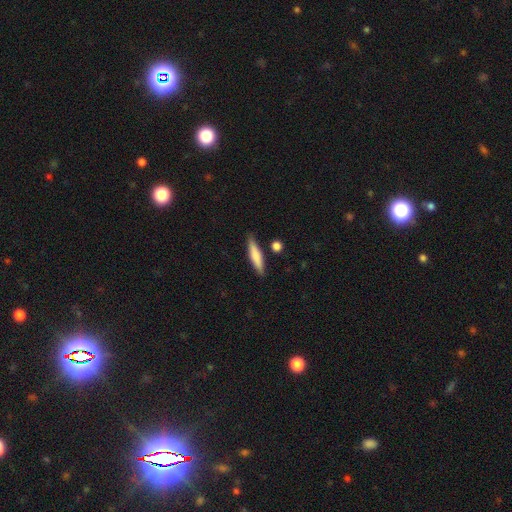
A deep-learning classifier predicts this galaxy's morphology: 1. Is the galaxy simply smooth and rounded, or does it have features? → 73% smooth, 21% featured or disk, 6% star or artifact.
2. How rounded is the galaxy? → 83% cigar-shaped, 15% in between, 2% round.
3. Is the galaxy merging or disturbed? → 83% none, 11% minor disturbance, 4% merger, 2% major disturbance.